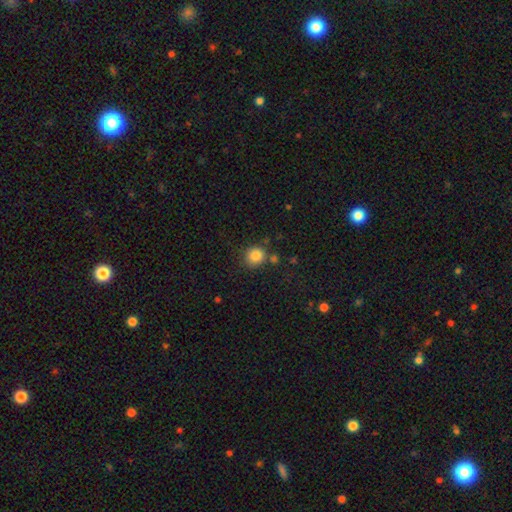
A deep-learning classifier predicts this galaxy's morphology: smooth 84%, star or artifact 10%, featured or disk 5%. Down the decision tree: how rounded — round (88%); merging — none (76%).